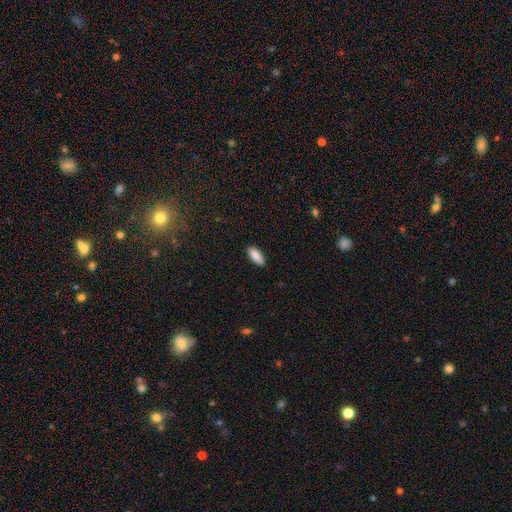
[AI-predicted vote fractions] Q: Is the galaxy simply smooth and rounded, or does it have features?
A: smooth — 89%.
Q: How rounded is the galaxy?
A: in between — 78%.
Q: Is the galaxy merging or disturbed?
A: none — 89%.